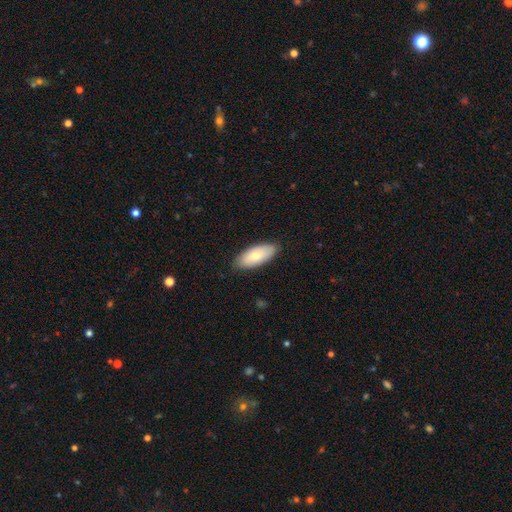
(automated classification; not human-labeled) Q: Smooth or featured?
A: smooth (73%); runner-up: featured or disk (21%)
Q: How rounded?
A: in between (89%); runner-up: cigar-shaped (9%)
Q: Merging?
A: none (84%); runner-up: minor disturbance (13%)